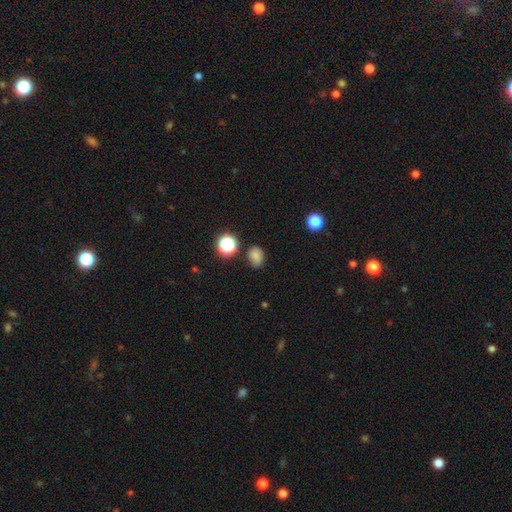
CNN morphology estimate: smooth_or_featured: smooth (p=0.76) [alt: star or artifact p=0.17]
how_rounded: round (p=0.50) [alt: in between p=0.49]
merging: none (p=0.65) [alt: minor disturbance p=0.24]